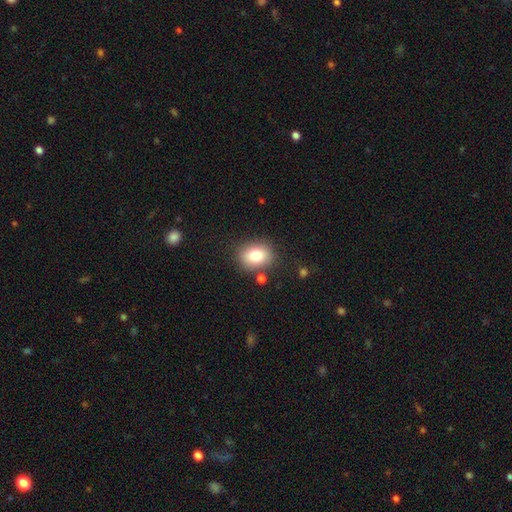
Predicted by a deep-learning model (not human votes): Overall: smooth (79%). How rounded: in between (52%; round 47%). Merging: none (80%).